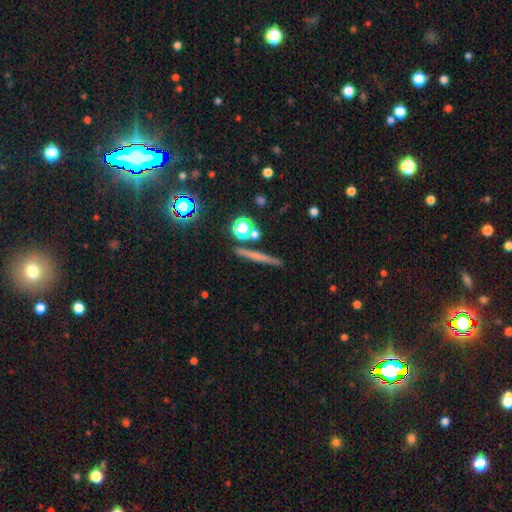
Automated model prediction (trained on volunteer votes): smooth_or_featured: smooth (p=0.47) [alt: featured or disk p=0.38]
merging: none (p=0.85) [alt: minor disturbance p=0.08]